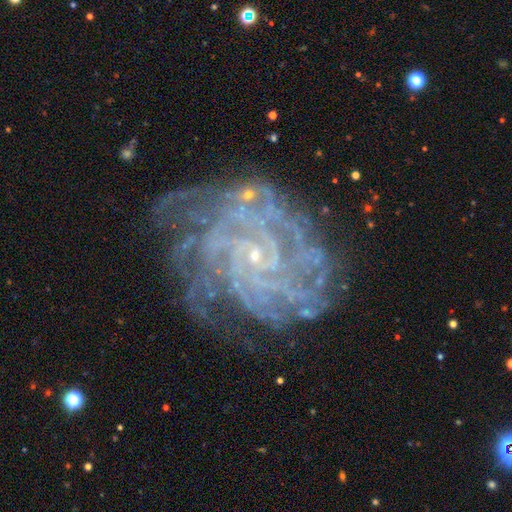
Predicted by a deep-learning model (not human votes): Smooth or featured? Predicted: featured or disk (p=0.88). Edge-on disk? Predicted: no (p=0.98). Bar? Predicted: no (p=0.64). Spiral arms? Predicted: yes (p=0.98). Spiral winding? Predicted: tight (p=0.81). Spiral arm count? Predicted: more than 4 (p=0.31). Bulge size? Predicted: small (p=0.88). Merging? Predicted: none (p=0.69).